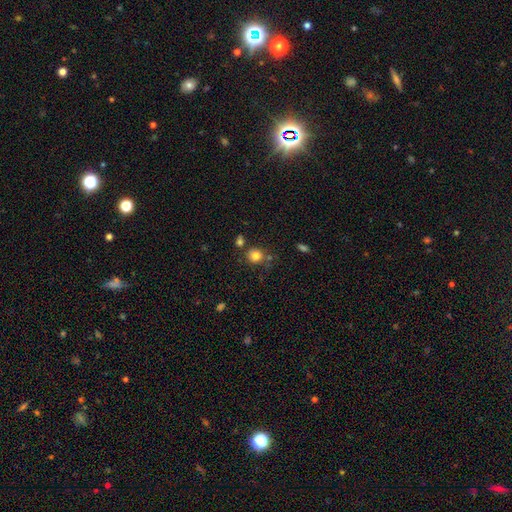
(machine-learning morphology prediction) Smooth or featured?
  - smooth: 81% *
  - star or artifact: 12%
  - featured or disk: 7%
How rounded?
  - round: 84% *
  - in between: 15%
  - cigar-shaped: 1%
Merging?
  - none: 73% *
  - minor disturbance: 12%
  - merger: 11%
  - major disturbance: 4%